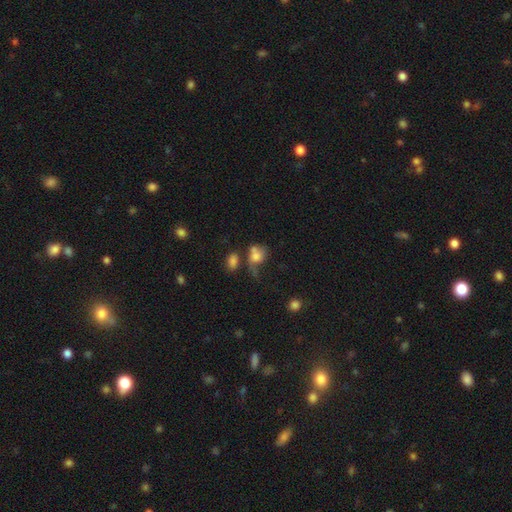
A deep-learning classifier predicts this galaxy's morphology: smooth 71%, featured or disk 17%, star or artifact 11%. Down the decision tree: how rounded — in between (54%); merging — merger (29%).